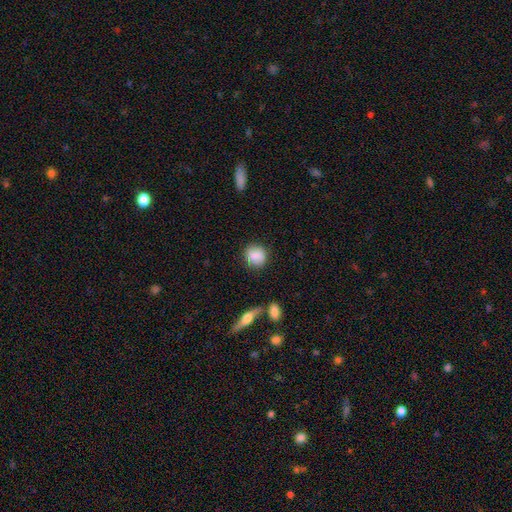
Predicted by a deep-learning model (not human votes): The model was most divided on "how rounded": round: 83%, in between: 16%, cigar-shaped: 1%. More confident: smooth or featured — smooth (83%); merging — none (81%).